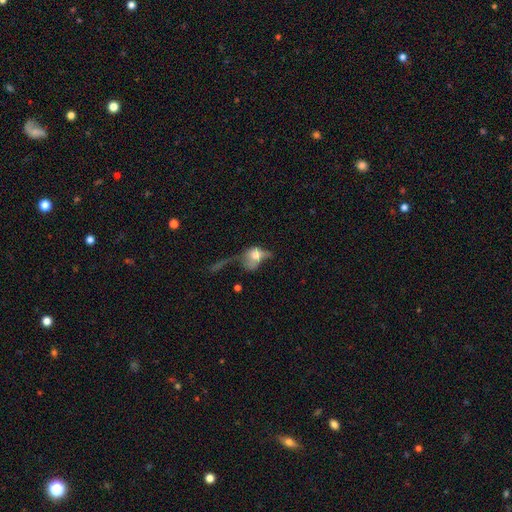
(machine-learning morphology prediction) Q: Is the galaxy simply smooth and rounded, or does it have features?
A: smooth — 56%.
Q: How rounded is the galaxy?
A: in between — 62%.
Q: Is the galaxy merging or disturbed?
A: major disturbance — 51%.